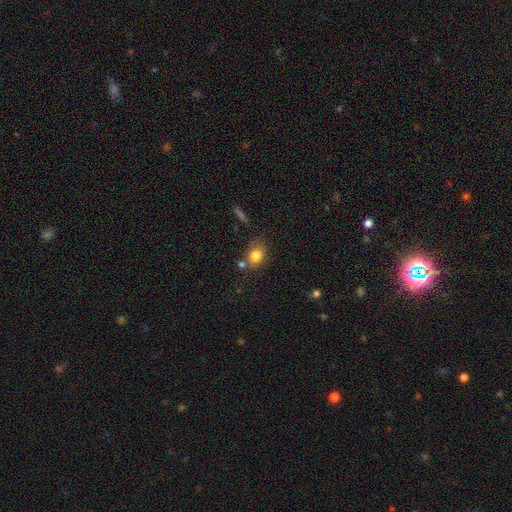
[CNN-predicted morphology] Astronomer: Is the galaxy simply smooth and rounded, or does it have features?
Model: smooth — 81%.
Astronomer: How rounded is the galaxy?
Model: in between — 55% (runner-up: round, 43%).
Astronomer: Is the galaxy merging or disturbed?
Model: none — 61%.